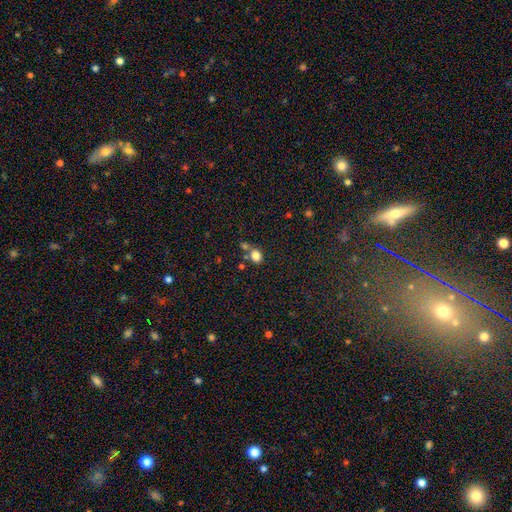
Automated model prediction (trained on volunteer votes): This appears to be a smooth galaxy with no disk features (82%) that is round (50%). Merging: none (57%).